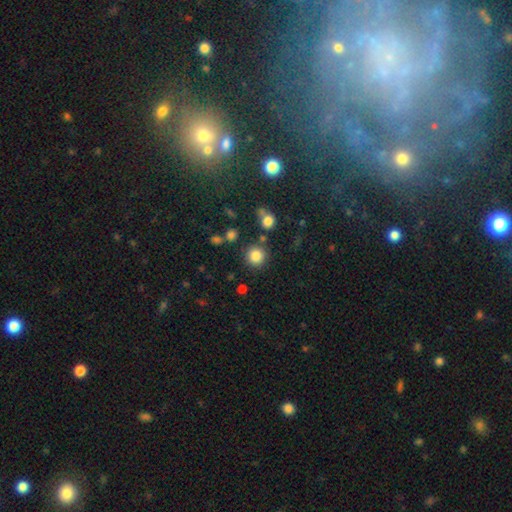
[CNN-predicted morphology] Smooth or featured: smooth — 83% (star or artifact — 12%)
How rounded: round — 92% (in between — 7%)
Merging: none — 82% (minor disturbance — 8%)